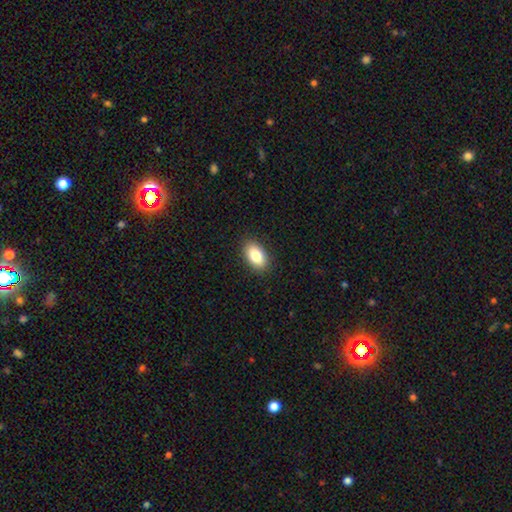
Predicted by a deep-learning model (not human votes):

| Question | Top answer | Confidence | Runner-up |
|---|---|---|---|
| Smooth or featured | smooth | 83% | featured or disk (9%) |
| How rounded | in between | 91% | round (7%) |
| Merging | none | 89% | minor disturbance (8%) |